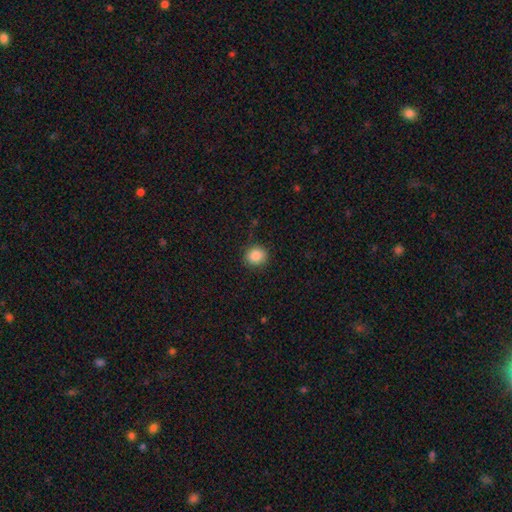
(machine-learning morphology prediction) type=smooth (87%); roundness=round (79%); merging=none (87%).